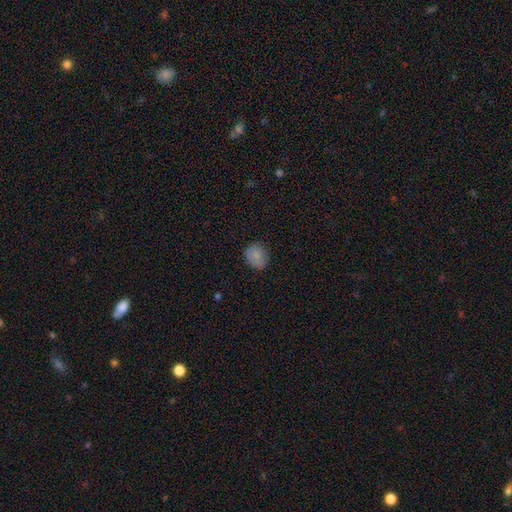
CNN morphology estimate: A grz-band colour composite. It shows a smooth galaxy with no disk features (82%) that is round (67%). Merging: none (83%).